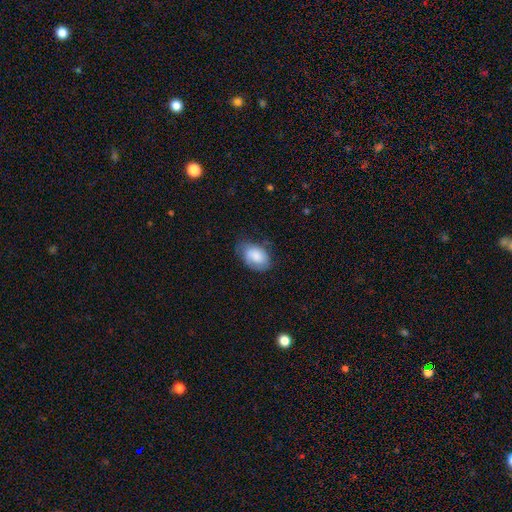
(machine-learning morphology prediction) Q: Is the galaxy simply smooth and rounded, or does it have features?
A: smooth — 73%.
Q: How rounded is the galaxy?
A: in between — 87%.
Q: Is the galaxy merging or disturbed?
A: none — 56%.